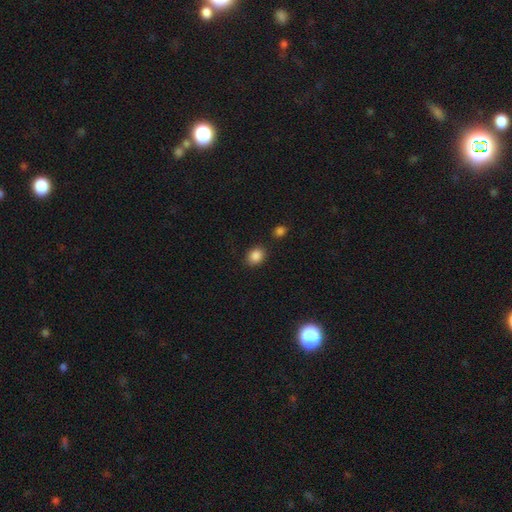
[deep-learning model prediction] This is clearly a smooth galaxy (87%). How rounded: possibly in between (52%). Merging: clearly none (82%).